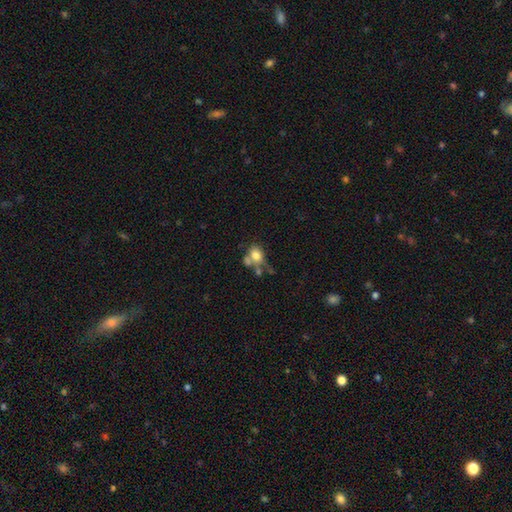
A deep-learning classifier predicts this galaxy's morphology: Smooth or featured?
  - smooth: 72% *
  - featured or disk: 18%
  - star or artifact: 11%
How rounded?
  - in between: 57% *
  - round: 42%
  - cigar-shaped: 2%
Merging?
  - merger: 39% *
  - none: 32%
  - minor disturbance: 16%
  - major disturbance: 13%